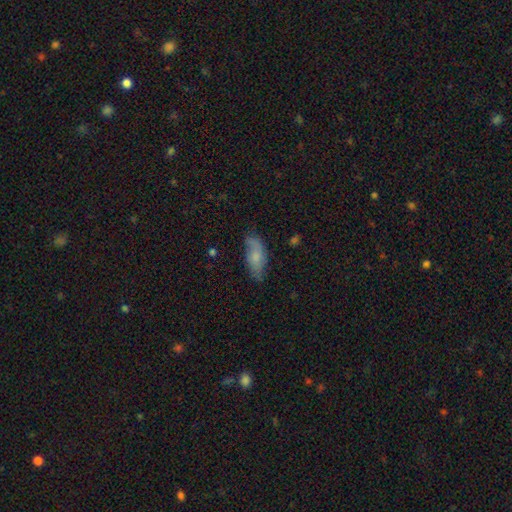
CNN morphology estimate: smooth_or_featured: smooth (p=0.65) [alt: featured or disk p=0.27]
how_rounded: in between (p=0.79) [alt: cigar-shaped p=0.19]
merging: none (p=0.64) [alt: minor disturbance p=0.26]